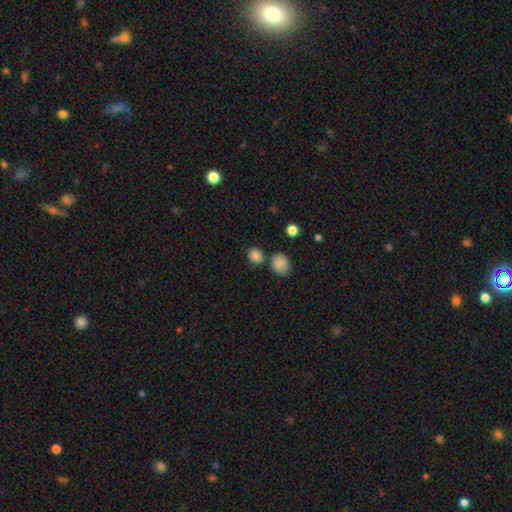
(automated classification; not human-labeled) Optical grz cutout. It shows a smooth galaxy with no disk features (84%) that is round (72%). Merging: none (71%).